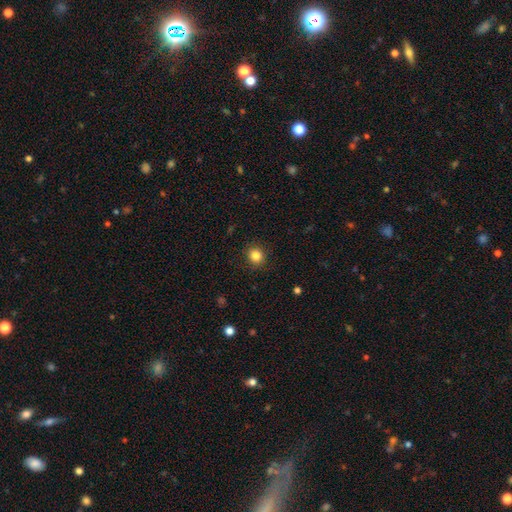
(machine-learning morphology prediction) This appears to be a smooth galaxy with no disk features (84%) that is round (90%). Merging: none (90%).